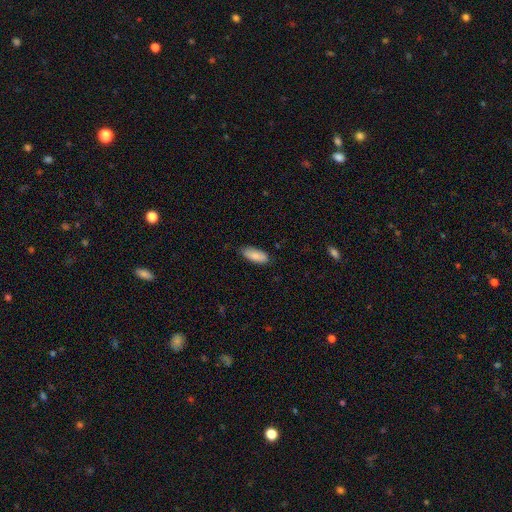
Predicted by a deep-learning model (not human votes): This is clearly a smooth galaxy (86%). How rounded: clearly in between (82%). Merging: clearly none (83%).